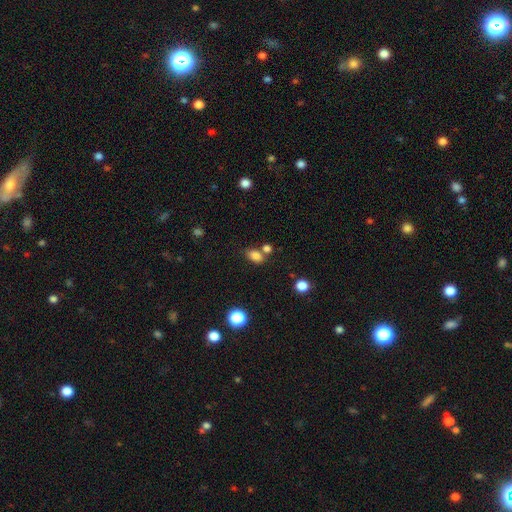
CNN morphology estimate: smooth 81%, star or artifact 12%, featured or disk 7%. Down the decision tree: how rounded — in between (81%); merging — none (58%).